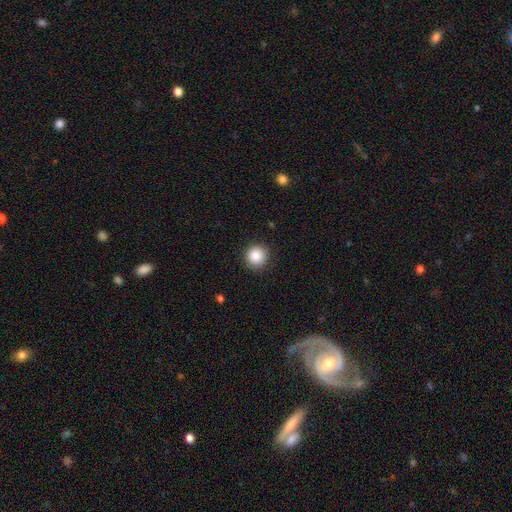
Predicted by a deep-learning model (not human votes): This is clearly a smooth galaxy (87%). How rounded: clearly round (95%). Merging: clearly none (89%).